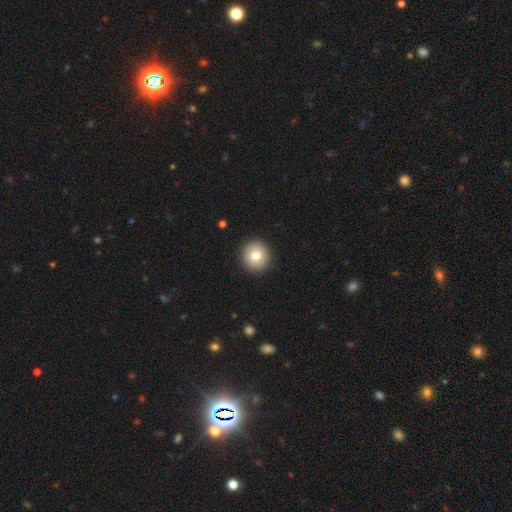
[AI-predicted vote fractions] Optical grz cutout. It shows a smooth galaxy with no disk features (79%) that is round (92%). Merging: none (92%).